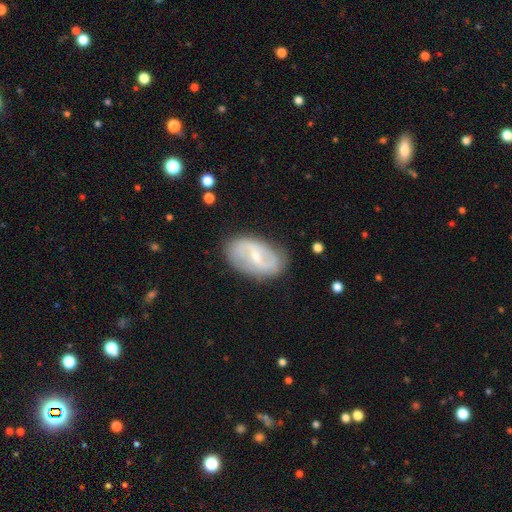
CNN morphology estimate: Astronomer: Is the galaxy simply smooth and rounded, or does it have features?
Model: featured or disk — 70%.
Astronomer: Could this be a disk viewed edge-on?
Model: no — 95%.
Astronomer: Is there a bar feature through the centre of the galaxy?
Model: weak — 52% (runner-up: strong, 32%).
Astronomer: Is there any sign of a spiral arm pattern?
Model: yes — 75%.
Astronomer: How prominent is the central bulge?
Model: small — 63%.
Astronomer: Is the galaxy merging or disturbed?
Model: none — 80%.